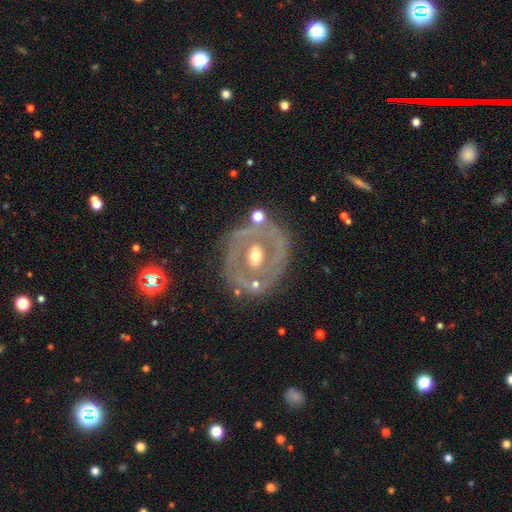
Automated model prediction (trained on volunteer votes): Overall: featured or disk (78%). Edge-on disk: no (95%). Bar: no (50%; weak 31%). Spiral arms: no (58%; yes 42%). Bulge size: moderate (67%). Merging: none (74%).